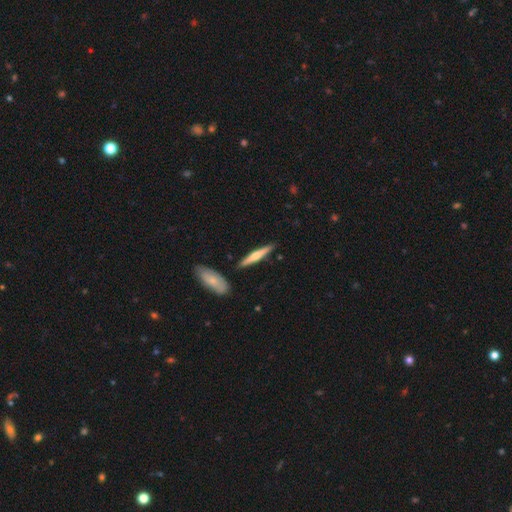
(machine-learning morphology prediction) A featured or disk galaxy (50%).

Vote fractions:
- Smooth or featured? featured or disk: 50% / smooth: 45% / star or artifact: 5%
- Merging? none: 88% / minor disturbance: 7% / merger: 3% / major disturbance: 2%